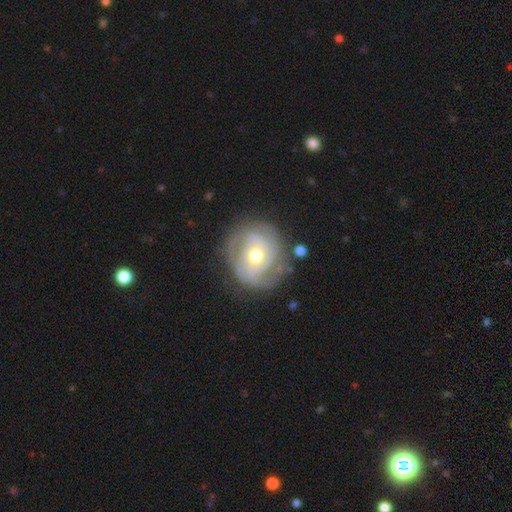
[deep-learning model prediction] A featured or disk galaxy (82%) with no bar (64%), 2 (36%) tight (62%) spiral arms (91%) and a moderate central bulge (70%). Merging: none (74%).